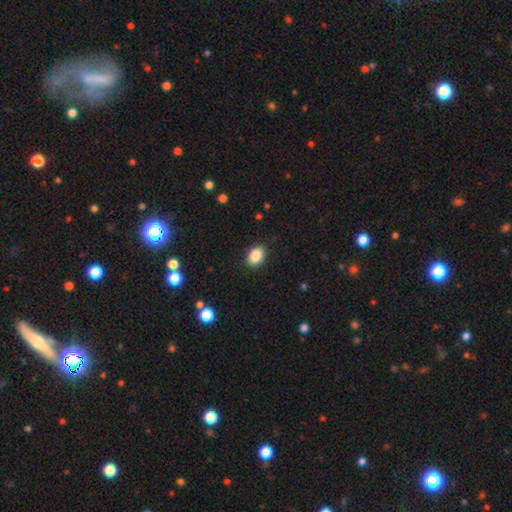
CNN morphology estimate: This is clearly a smooth galaxy (87%). How rounded: likely in between (77%). Merging: clearly none (88%).